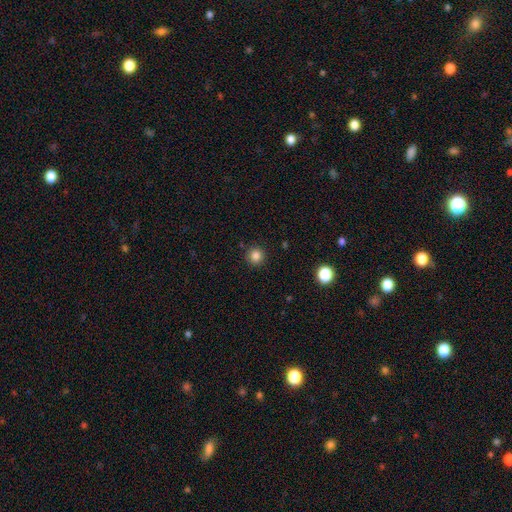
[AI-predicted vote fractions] smooth-or-featured: smooth: 84% | star or artifact: 12% | featured or disk: 4%
  how-rounded: round: 94% | in between: 5% | cigar-shaped: 1%
  merging: none: 90% | minor disturbance: 6% | major disturbance: 2% | merger: 2%